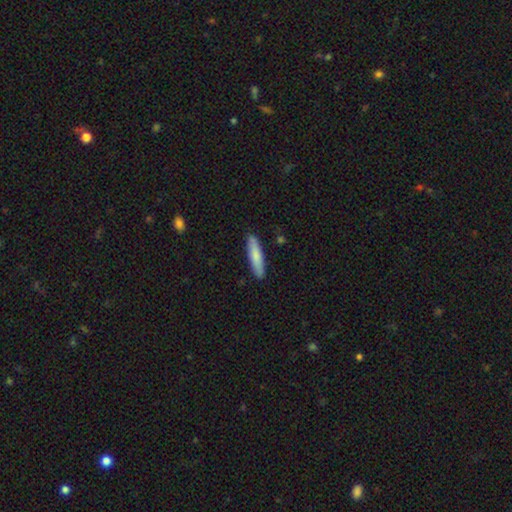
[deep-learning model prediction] Smooth or featured: smooth — 76% (featured or disk — 18%)
How rounded: cigar-shaped — 82% (in between — 16%)
Merging: none — 89% (minor disturbance — 8%)